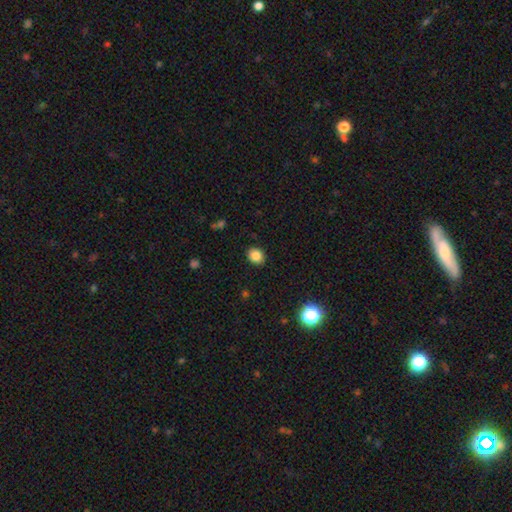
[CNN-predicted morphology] Smooth or featured? smooth (85%)
How rounded? round (57%)
Merging? none (89%)